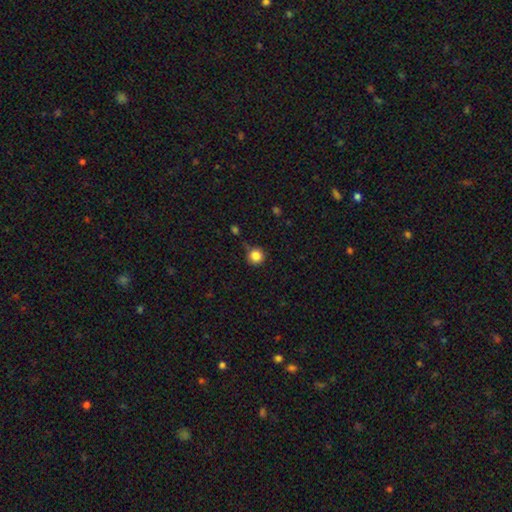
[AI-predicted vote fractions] Overall: smooth (85%). How rounded: round (95%). Merging: none (75%).